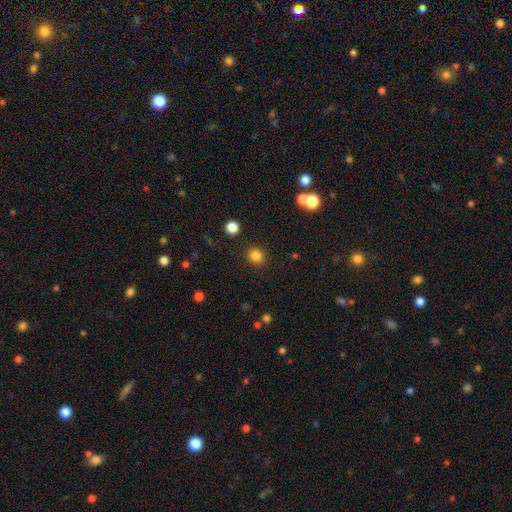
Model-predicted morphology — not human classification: The model was most divided on "smooth or featured": smooth: 83%, star or artifact: 12%, featured or disk: 5%. More confident: merging — none (90%); how rounded — round (85%).